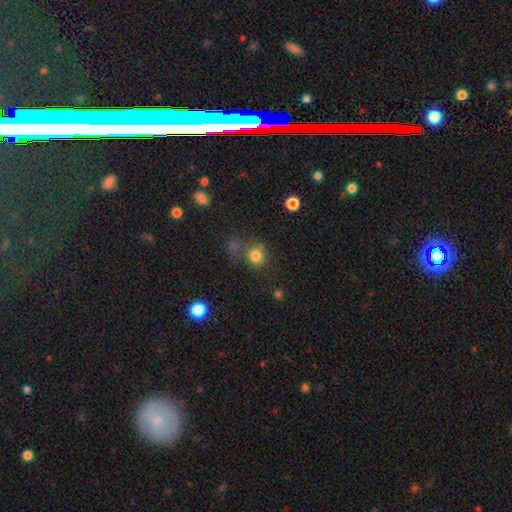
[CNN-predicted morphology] Smooth or featured? smooth (78%)
How rounded? round (82%)
Merging? none (63%)